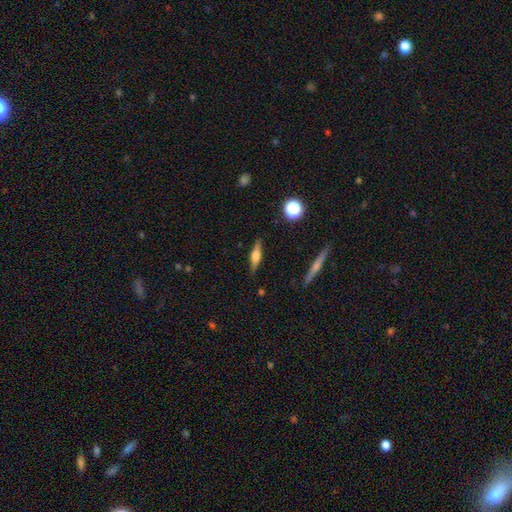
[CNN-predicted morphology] smooth_or_featured: featured or disk (p=0.54) [alt: smooth p=0.38]
disk_edge_on: yes (p=0.95) [alt: no p=0.05]
edge_on_bulge: rounded (p=0.81) [alt: boxy p=0.15]
merging: none (p=0.86) [alt: minor disturbance p=0.10]